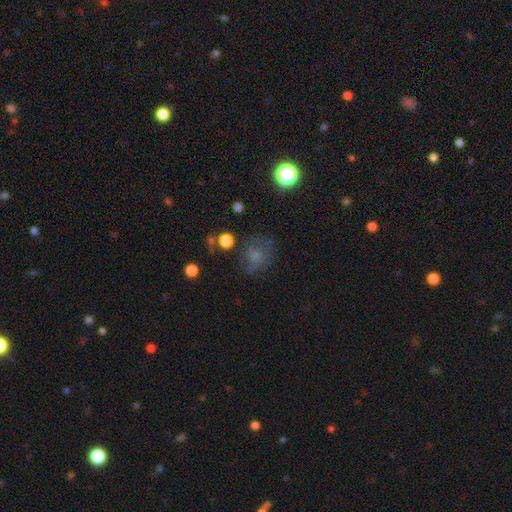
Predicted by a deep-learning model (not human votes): Q: Smooth or featured?
A: smooth (62%); runner-up: featured or disk (20%)
Q: How rounded?
A: round (71%); runner-up: in between (28%)
Q: Merging?
A: none (55%); runner-up: minor disturbance (23%)